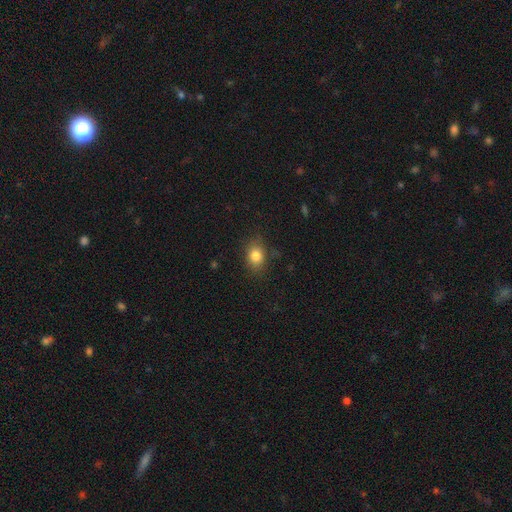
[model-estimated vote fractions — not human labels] Q: Smooth or featured?
A: smooth (82%); runner-up: star or artifact (11%)
Q: How rounded?
A: in between (62%); runner-up: round (37%)
Q: Merging?
A: none (80%); runner-up: minor disturbance (15%)